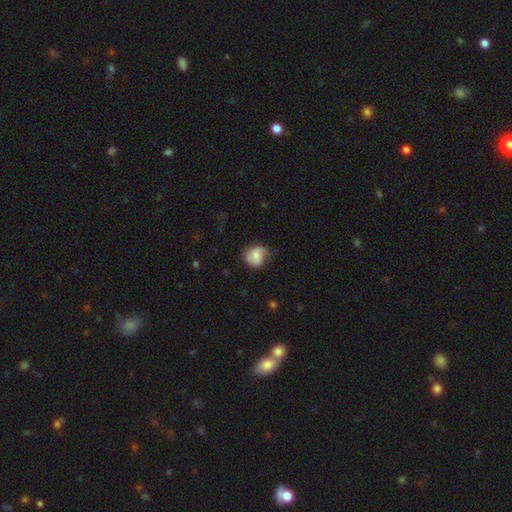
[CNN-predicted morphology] Overall: smooth (53%; featured or disk 40%). How rounded: round (70%). Merging: none (55%; minor disturbance 32%).